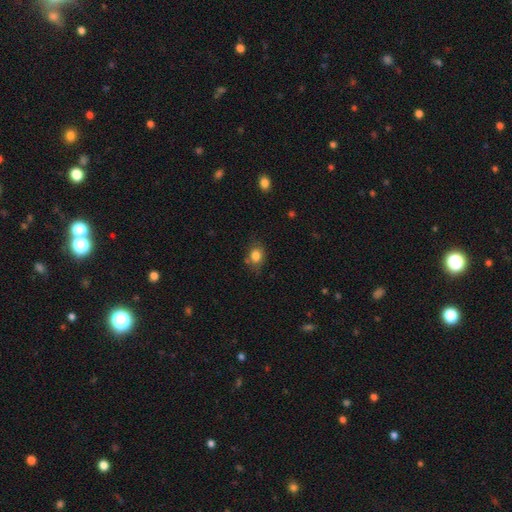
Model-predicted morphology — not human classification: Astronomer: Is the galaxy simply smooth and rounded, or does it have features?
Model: smooth — 82%.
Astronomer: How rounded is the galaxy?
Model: in between — 57% (runner-up: round, 41%).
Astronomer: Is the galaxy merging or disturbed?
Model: none — 68%.